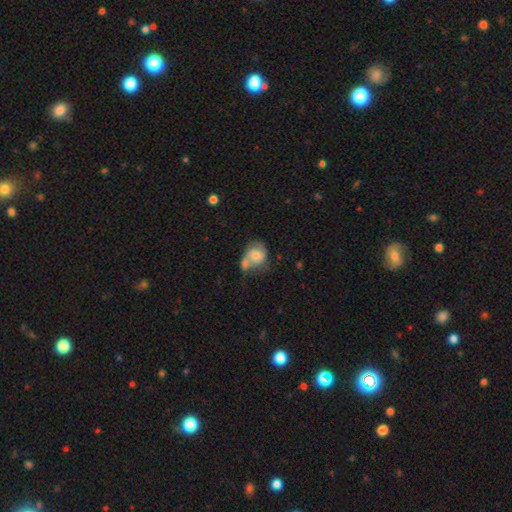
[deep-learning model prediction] Smooth or featured: featured or disk — 52% (smooth — 41%)
Edge-on disk: no — 97% (yes — 3%)
Bar: no — 74% (weak — 23%)
Spiral arms: yes — 80% (no — 20%)
Bulge size: moderate — 43% (small — 40%)
Merging: merger — 44% (none — 27%)